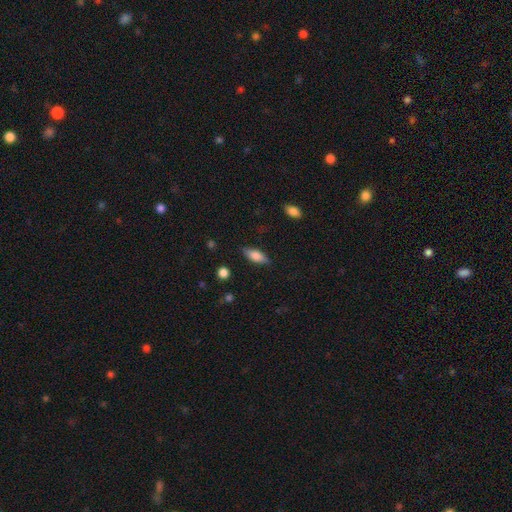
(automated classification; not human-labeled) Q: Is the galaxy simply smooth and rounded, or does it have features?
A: smooth — 75%.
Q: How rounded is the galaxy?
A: in between — 77%.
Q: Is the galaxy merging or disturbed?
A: none — 83%.